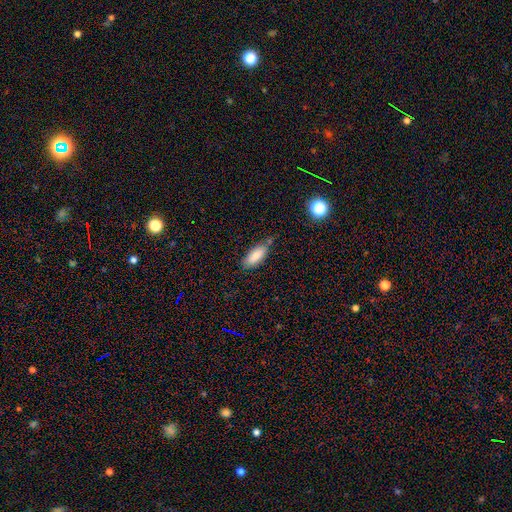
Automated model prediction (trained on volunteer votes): smooth 84%, featured or disk 8%, star or artifact 7%. Down the decision tree: how rounded — in between (77%); merging — none (67%).